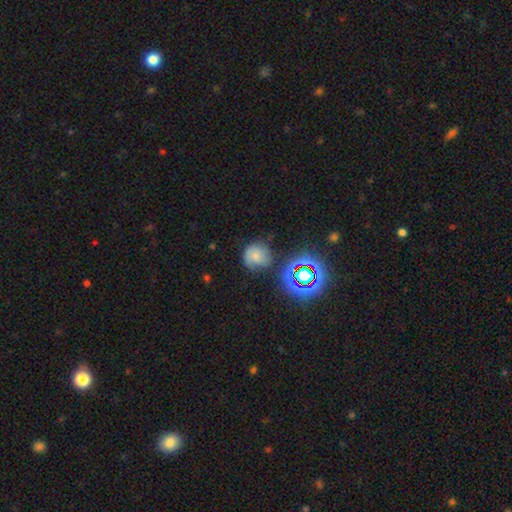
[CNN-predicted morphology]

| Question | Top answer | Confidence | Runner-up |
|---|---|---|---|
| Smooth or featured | smooth | 53% | featured or disk (28%) |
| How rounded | round | 83% | in between (16%) |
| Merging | none | 56% | minor disturbance (28%) |